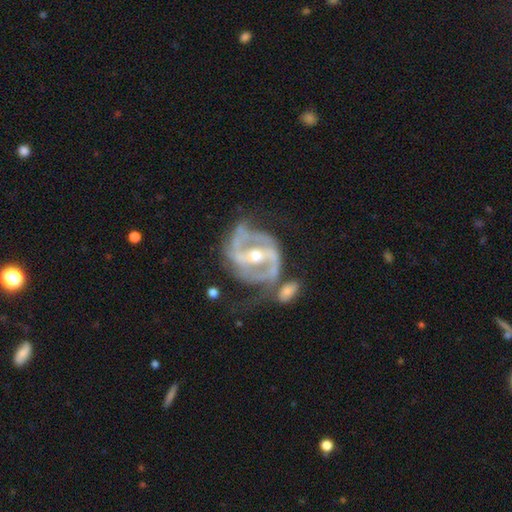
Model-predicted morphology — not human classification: smooth-or-featured: featured or disk: 91% | star or artifact: 5% | smooth: 4%
  disk-edge-on: no: 97% | yes: 3%
    bar: strong: 58% | weak: 29% | no: 13%
    has-spiral-arms: yes: 94% | no: 6%
      spiral-winding: medium: 47% | tight: 36% | loose: 17%
      spiral-arm-count: 2: 82% | can't tell: 7% | 3: 5% | 1: 2% | 4: 2% | more than 4: 2%
    bulge-size: moderate: 64% | small: 32% | large: 3% | none: 1% | dominant: 1%
  merging: none: 42% | merger: 22% | minor disturbance: 20% | major disturbance: 17%